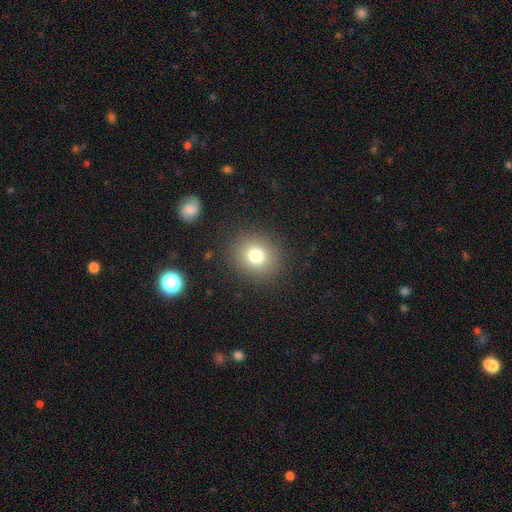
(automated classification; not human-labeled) Smooth or featured? smooth (78%)
How rounded? round (82%)
Merging? none (88%)